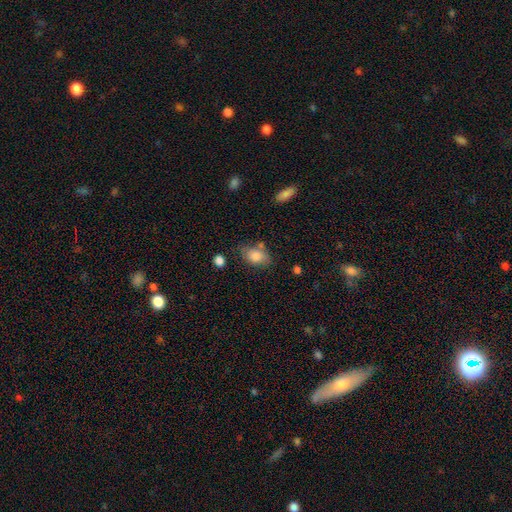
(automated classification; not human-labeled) Q: Smooth or featured?
A: smooth (83%); runner-up: featured or disk (9%)
Q: How rounded?
A: in between (81%); runner-up: round (18%)
Q: Merging?
A: none (65%); runner-up: minor disturbance (22%)